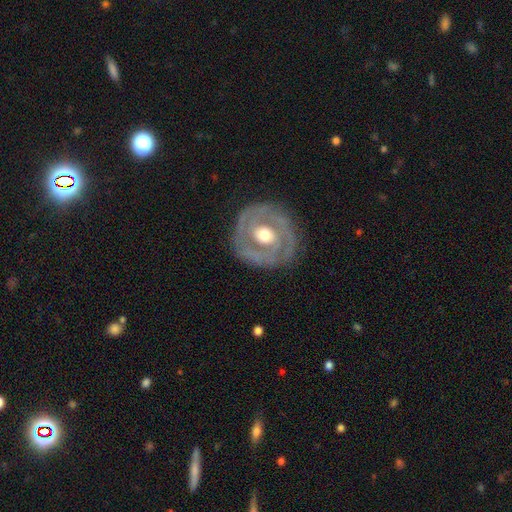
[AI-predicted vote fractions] A featured or disk galaxy (80%) with no bar (58%), 2 (43%) tight (68%) spiral arms (73%) and a moderate central bulge (75%).

Vote fractions:
- Smooth or featured? featured or disk: 80% / smooth: 15% / star or artifact: 5%
- Edge-on disk? no: 96% / yes: 4%
- Bar? no: 58% / weak: 30% / strong: 12%
- Spiral arms? yes: 73% / no: 27%
- Spiral winding? tight: 68% / medium: 24% / loose: 8%
- Spiral arm count? 2: 43% / can't tell: 27% / 3: 13% / 1: 10% / 4: 4% / more than 4: 4%
- Bulge size? moderate: 75% / large: 14% / small: 9% / dominant: 1% / none: 1%
- Merging? none: 79% / minor disturbance: 14% / major disturbance: 6% / merger: 1%